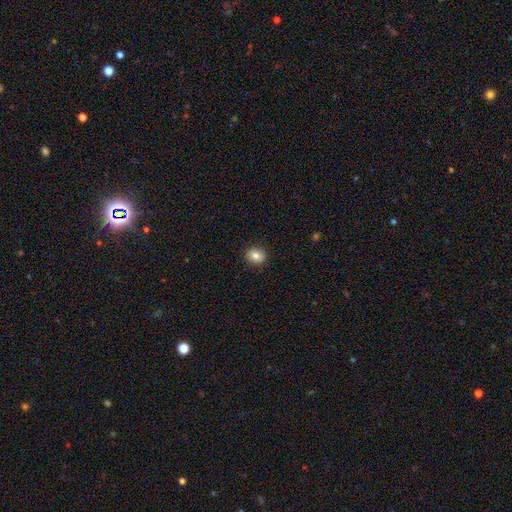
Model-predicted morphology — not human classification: This is clearly a smooth galaxy (83%). How rounded: likely round (67%). Merging: clearly none (90%).